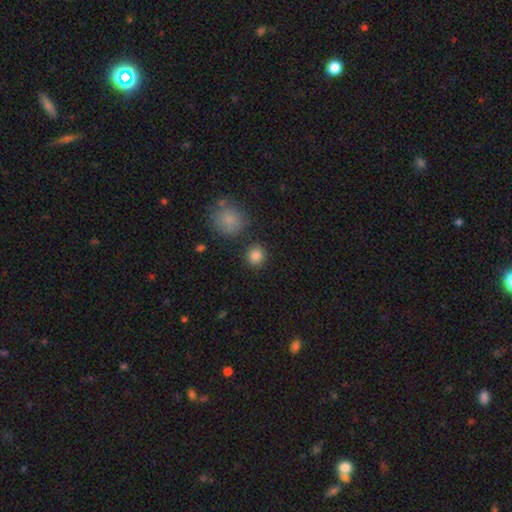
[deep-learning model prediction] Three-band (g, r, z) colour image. It shows a smooth galaxy with no disk features (84%) that is round (90%). Merging: none (85%).